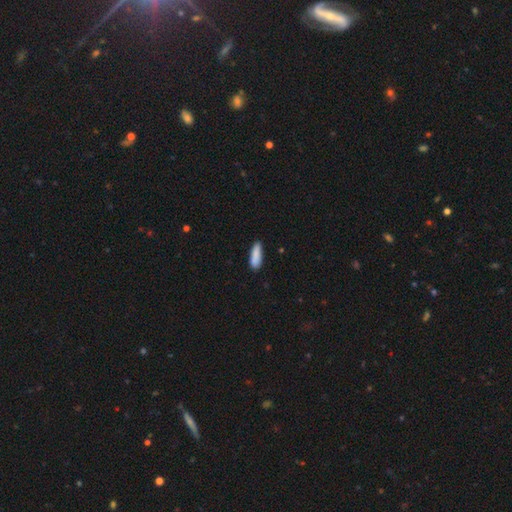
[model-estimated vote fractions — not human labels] Smooth or featured?
  - smooth: 88% *
  - star or artifact: 6%
  - featured or disk: 6%
How rounded?
  - cigar-shaped: 56% *
  - in between: 43%
  - round: 2%
Merging?
  - none: 83% *
  - minor disturbance: 13%
  - major disturbance: 2%
  - merger: 2%